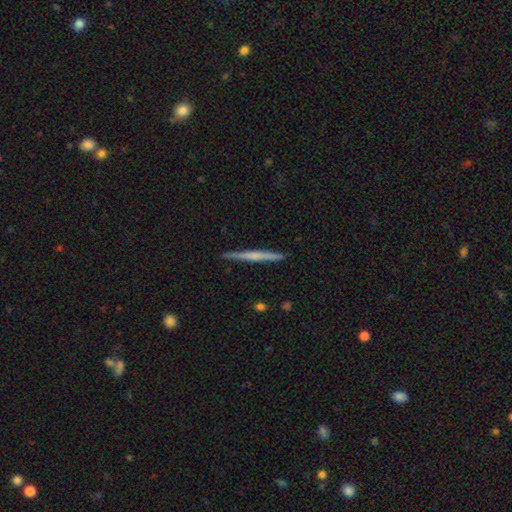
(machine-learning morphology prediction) The model was most divided on "smooth or featured": featured or disk: 54%, smooth: 40%, star or artifact: 5%. More confident: edge-on disk — yes (98%); merging — none (92%); edge-on bulge — none (65%).